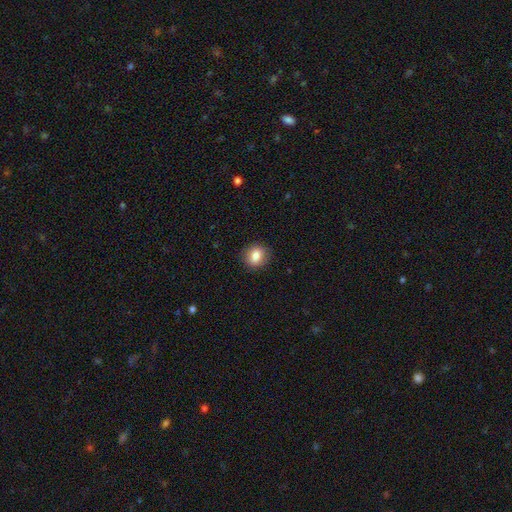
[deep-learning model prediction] Smooth or featured?
  - smooth: 83% *
  - star or artifact: 9%
  - featured or disk: 8%
How rounded?
  - round: 66% *
  - in between: 33%
  - cigar-shaped: 1%
Merging?
  - none: 88% *
  - minor disturbance: 9%
  - major disturbance: 2%
  - merger: 1%